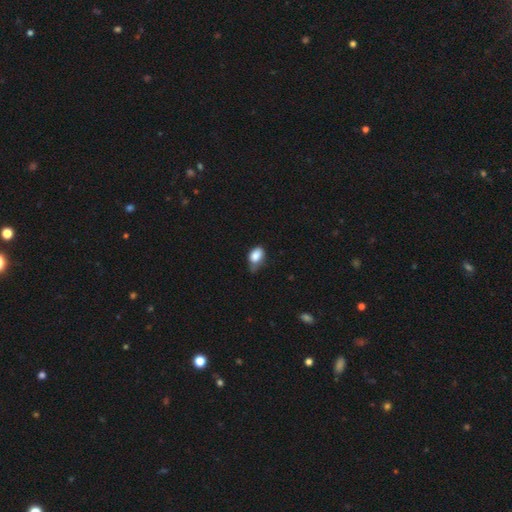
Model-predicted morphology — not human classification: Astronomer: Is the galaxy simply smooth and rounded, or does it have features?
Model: smooth — 84%.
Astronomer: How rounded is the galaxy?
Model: in between — 86%.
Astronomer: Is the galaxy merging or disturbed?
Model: minor disturbance — 50% (runner-up: none, 33%).